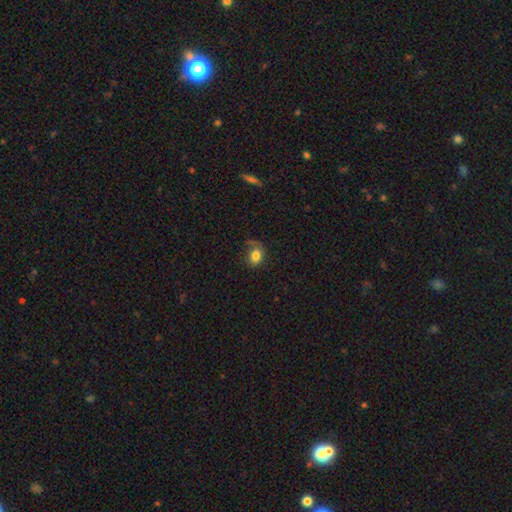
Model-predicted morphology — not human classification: A smooth galaxy with no disk features (80%) that is in between round and cigar-shaped (54%).

Vote fractions:
- Smooth or featured? smooth: 80% / featured or disk: 11% / star or artifact: 10%
- How rounded? in between: 54% / round: 45% / cigar-shaped: 1%
- Merging? none: 57% / minor disturbance: 25% / major disturbance: 15% / merger: 3%